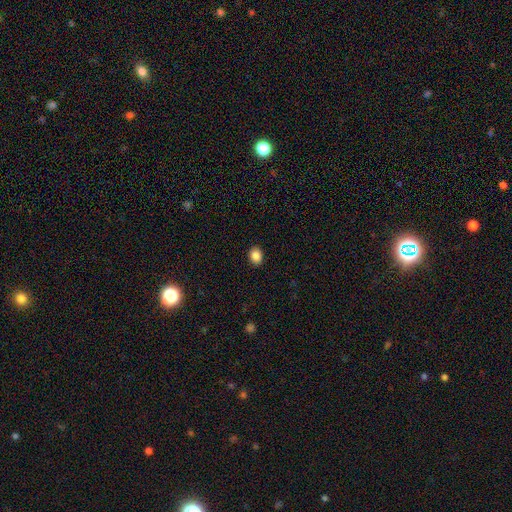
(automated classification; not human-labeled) This is clearly a smooth galaxy (87%). How rounded: possibly in between (51%). Merging: clearly none (91%).